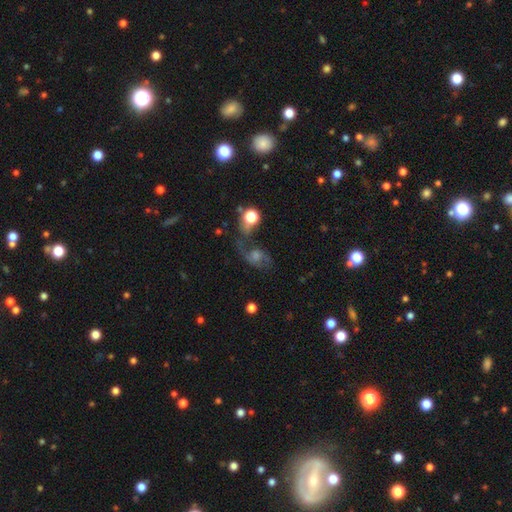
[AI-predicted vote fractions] A featured or disk galaxy (57%) with no bar (66%), spiral arms (85%) and a moderate central bulge (39%).

Vote fractions:
- Smooth or featured? featured or disk: 57% / smooth: 22% / star or artifact: 21%
- Edge-on disk? no: 95% / yes: 5%
- Bar? no: 66% / weak: 29% / strong: 6%
- Spiral arms? yes: 85% / no: 15%
- Bulge size? moderate: 39% / small: 27% / large: 15% / none: 15% / dominant: 4%
- Merging? none: 44% / major disturbance: 25% / minor disturbance: 17% / merger: 14%